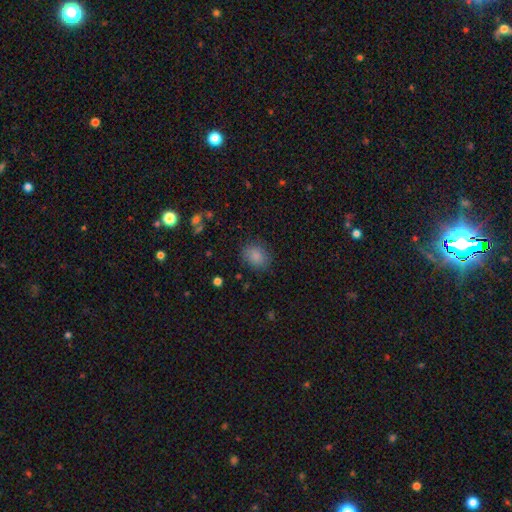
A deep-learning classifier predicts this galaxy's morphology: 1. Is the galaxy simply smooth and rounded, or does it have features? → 85% smooth, 10% star or artifact, 5% featured or disk.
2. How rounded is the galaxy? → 52% round, 47% in between, 1% cigar-shaped.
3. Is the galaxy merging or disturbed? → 81% none, 13% minor disturbance, 4% major disturbance, 1% merger.